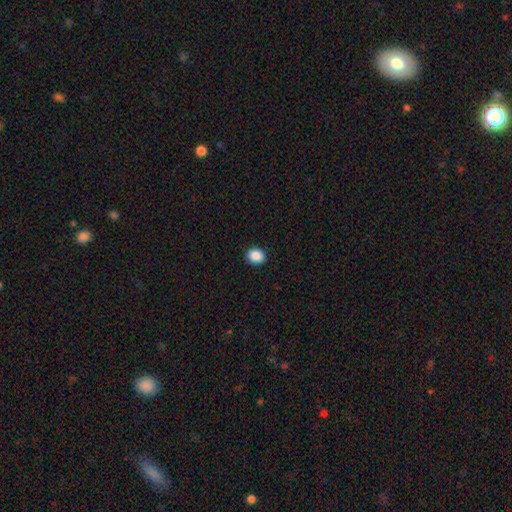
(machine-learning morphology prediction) type=smooth (89%); roundness=round (55%); merging=none (91%).